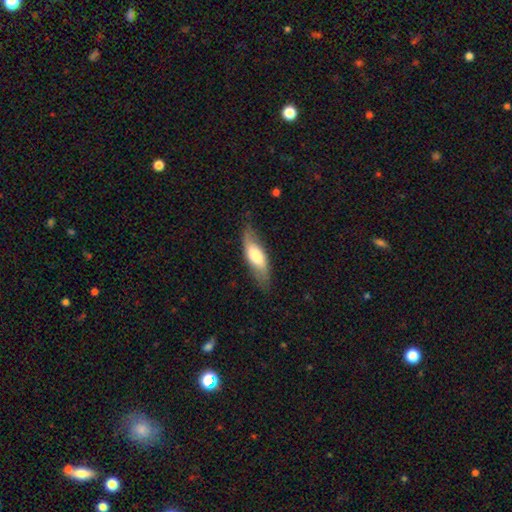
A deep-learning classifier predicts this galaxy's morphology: smooth 62%, featured or disk 33%, star or artifact 6%. Down the decision tree: how rounded — in between (61%); merging — none (71%).